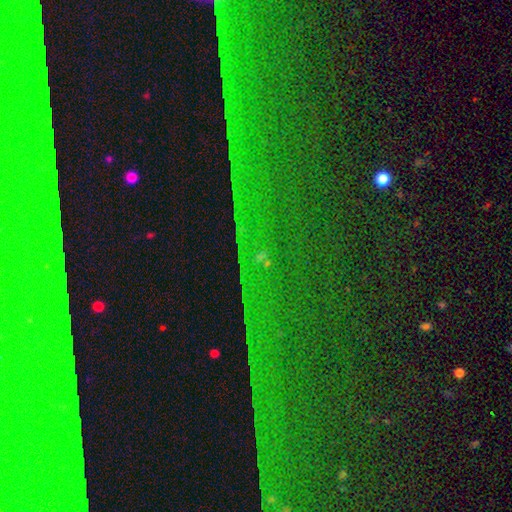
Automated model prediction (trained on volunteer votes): Overall: star or artifact (84%).